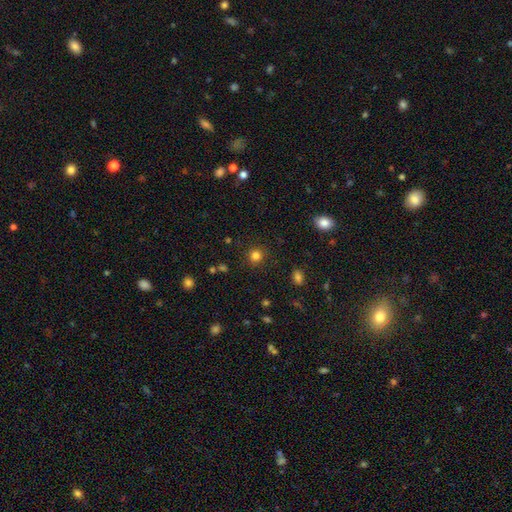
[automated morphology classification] Smooth or featured? Predicted: smooth (p=0.82). How rounded? Predicted: round (p=0.91). Merging? Predicted: none (p=0.89).